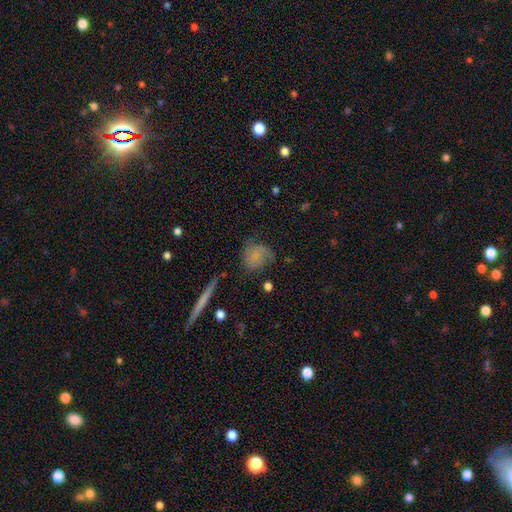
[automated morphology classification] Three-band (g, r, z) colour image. It shows a smooth galaxy with no disk features (56%) that is round (66%). Merging: none (56%).